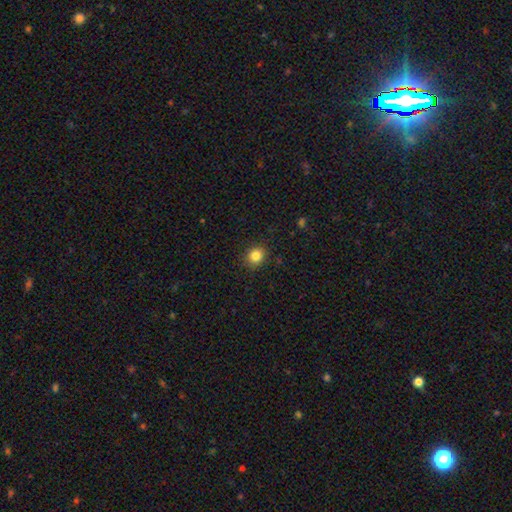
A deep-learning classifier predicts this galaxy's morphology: The model was most divided on "how rounded": round: 74%, in between: 25%, cigar-shaped: 1%. More confident: merging — none (89%); smooth or featured — smooth (84%).